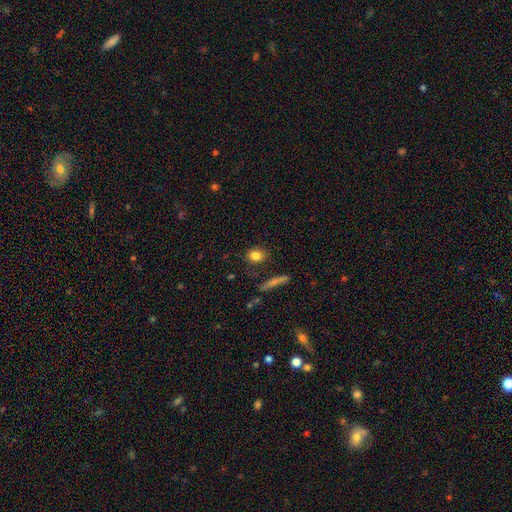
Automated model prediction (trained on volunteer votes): Smooth or featured?
  - smooth: 82% *
  - star or artifact: 9%
  - featured or disk: 8%
How rounded?
  - round: 58% *
  - in between: 38%
  - cigar-shaped: 4%
Merging?
  - none: 81% *
  - minor disturbance: 12%
  - major disturbance: 3%
  - merger: 3%